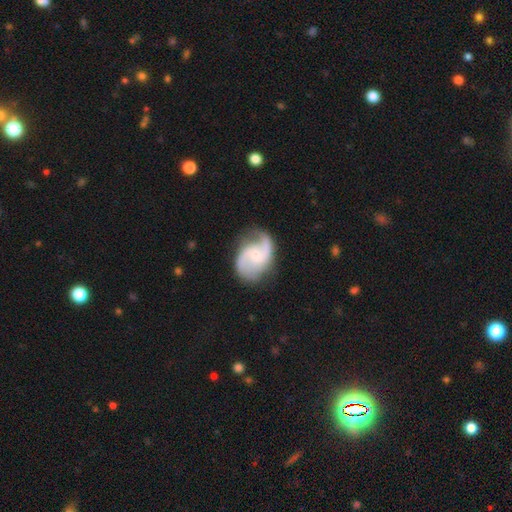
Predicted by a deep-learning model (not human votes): A featured or disk galaxy (87%) with a weak bar (47%), 2 (90%) medium (49%) spiral arms (97%) and a small central bulge (52%). Merging: none (73%).